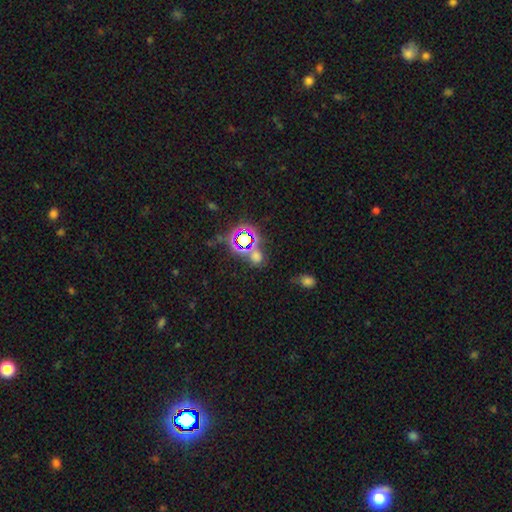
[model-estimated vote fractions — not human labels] Smooth or featured: star or artifact — 54% (smooth — 38%)